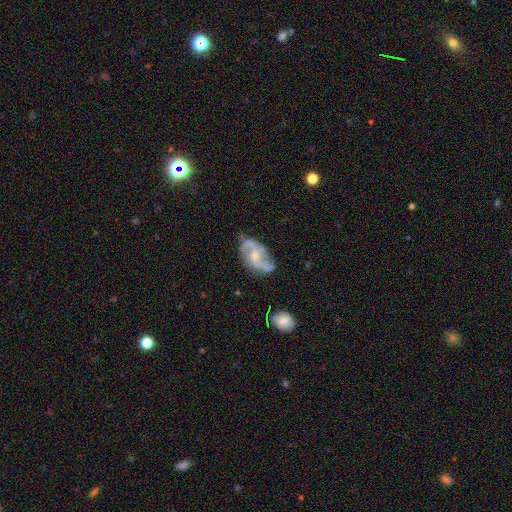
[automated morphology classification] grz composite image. It shows a featured or disk galaxy (79%) with no bar (55%), 2 (81%) medium (42%) spiral arms (89%) and a small central bulge (54%). Merging: none (60%).